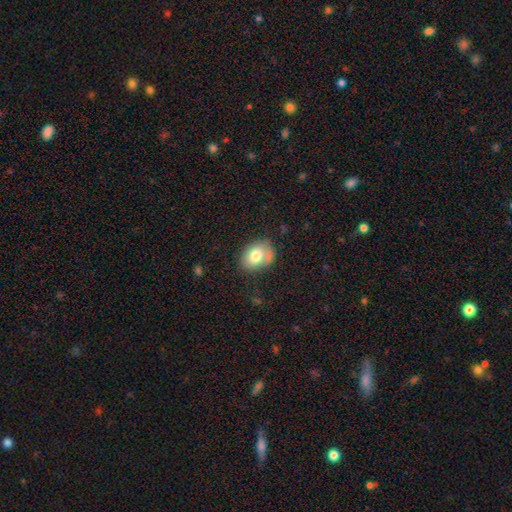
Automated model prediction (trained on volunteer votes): Q: Smooth or featured?
A: smooth (74%); runner-up: featured or disk (18%)
Q: How rounded?
A: in between (68%); runner-up: round (31%)
Q: Merging?
A: none (67%); runner-up: minor disturbance (23%)